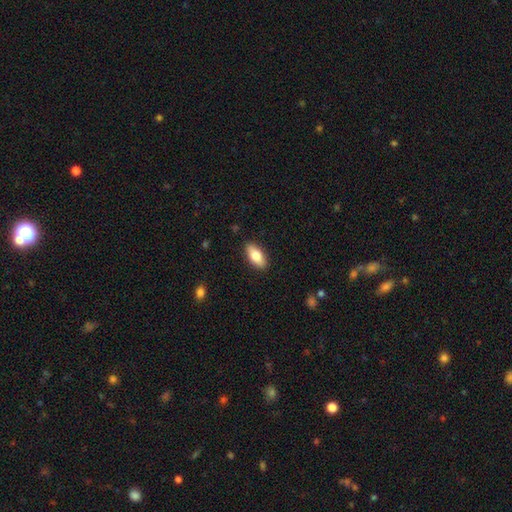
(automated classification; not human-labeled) Morphology: type=smooth (77%); roundness=in between (87%); merging=none (89%).